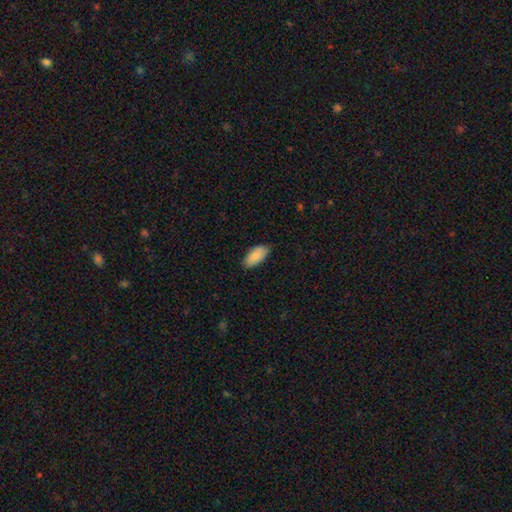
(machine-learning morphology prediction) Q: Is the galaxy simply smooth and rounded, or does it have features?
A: smooth — 85%.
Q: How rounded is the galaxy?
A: in between — 93%.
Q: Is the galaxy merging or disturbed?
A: none — 81%.